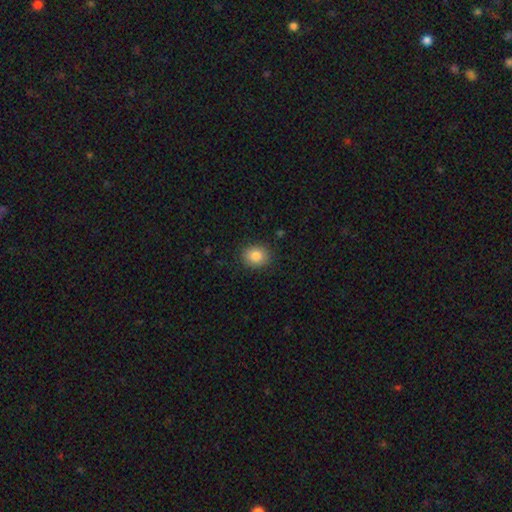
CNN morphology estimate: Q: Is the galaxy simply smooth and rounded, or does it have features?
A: smooth — 85%.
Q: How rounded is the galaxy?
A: round — 62%.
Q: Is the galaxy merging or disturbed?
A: none — 88%.